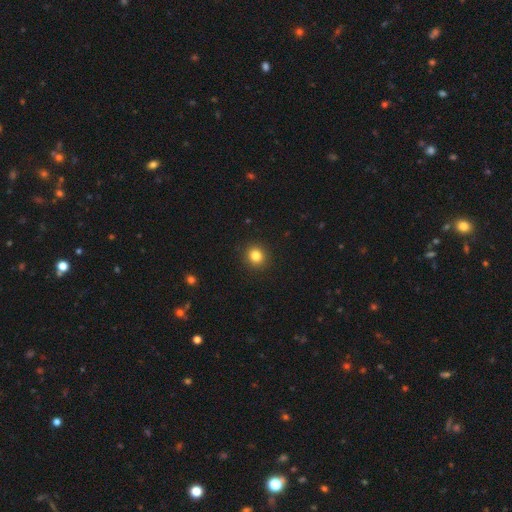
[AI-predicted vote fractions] Smooth or featured: smooth — 83% (star or artifact — 11%)
How rounded: round — 87% (in between — 12%)
Merging: none — 92% (minor disturbance — 6%)